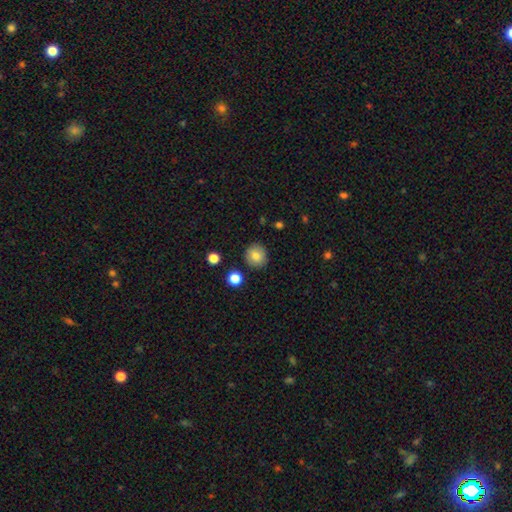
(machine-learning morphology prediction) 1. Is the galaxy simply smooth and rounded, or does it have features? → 81% smooth, 10% star or artifact, 9% featured or disk.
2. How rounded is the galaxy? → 91% round, 8% in between, 1% cigar-shaped.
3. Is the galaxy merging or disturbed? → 89% none, 7% minor disturbance, 2% merger, 2% major disturbance.